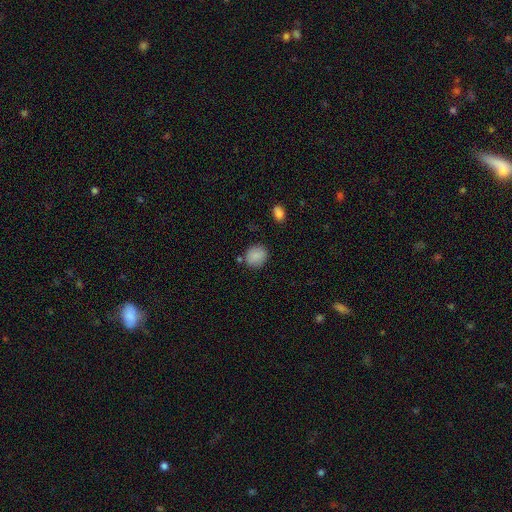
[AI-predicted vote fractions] Q: Smooth or featured?
A: smooth (87%); runner-up: star or artifact (9%)
Q: How rounded?
A: round (77%); runner-up: in between (22%)
Q: Merging?
A: none (81%); runner-up: minor disturbance (11%)